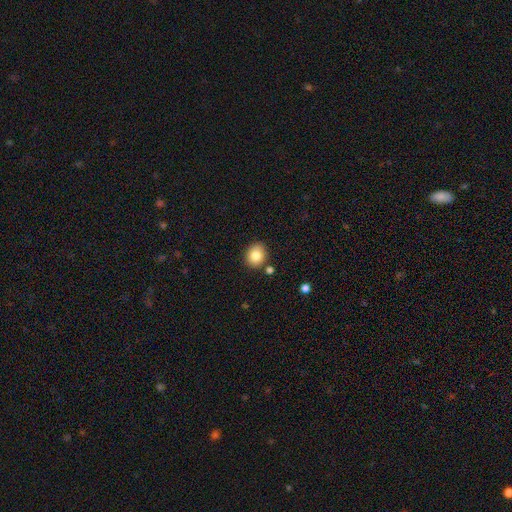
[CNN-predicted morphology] Smooth or featured: smooth — 83% (star or artifact — 9%)
How rounded: round — 69% (in between — 31%)
Merging: none — 84% (minor disturbance — 9%)